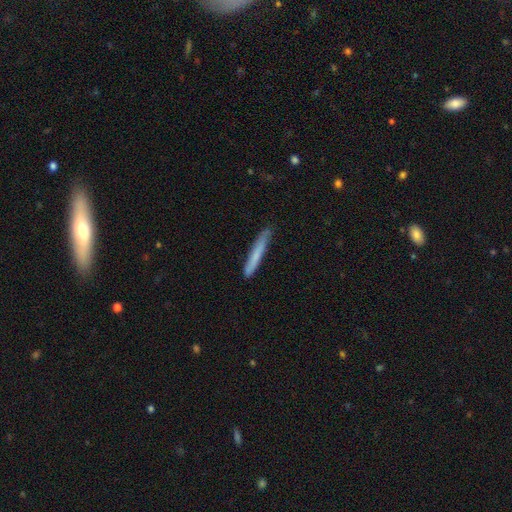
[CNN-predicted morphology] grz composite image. It shows a smooth galaxy with no disk features (69%) that is cigar-shaped (97%). Merging: none (85%).